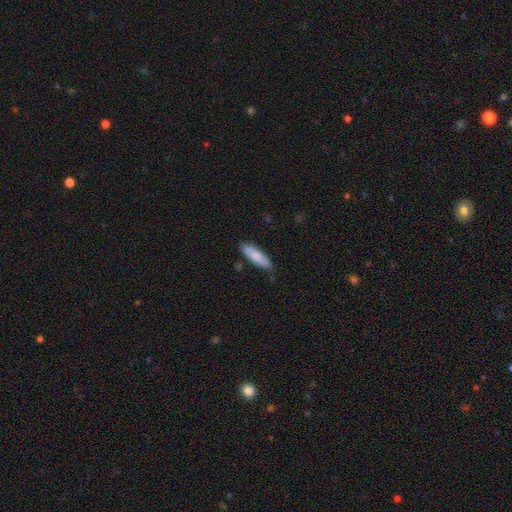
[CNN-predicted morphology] This appears to be a smooth galaxy with no disk features (83%) that is cigar-shaped (51%). Merging: none (78%).